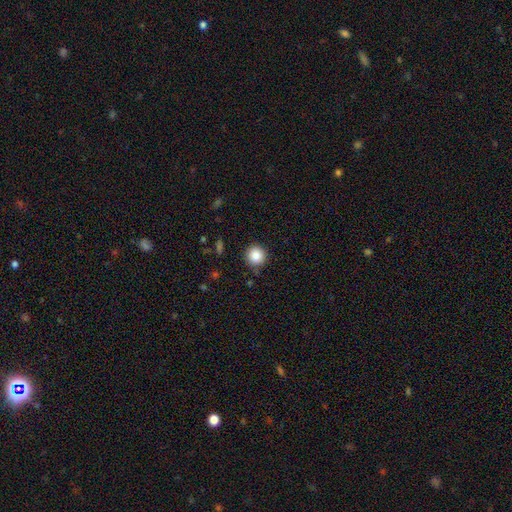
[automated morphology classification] This appears to be a smooth galaxy with no disk features (86%) that is round (93%). Merging: none (88%).